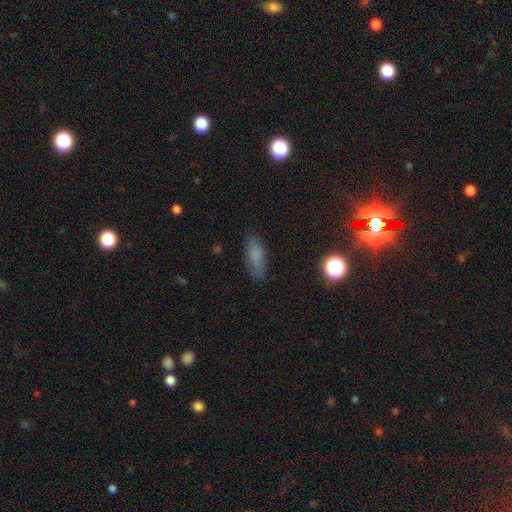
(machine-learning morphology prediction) smooth-or-featured: smooth: 79% | star or artifact: 12% | featured or disk: 9%
  how-rounded: in between: 65% | cigar-shaped: 31% | round: 3%
  merging: none: 84% | minor disturbance: 11% | major disturbance: 3% | merger: 1%